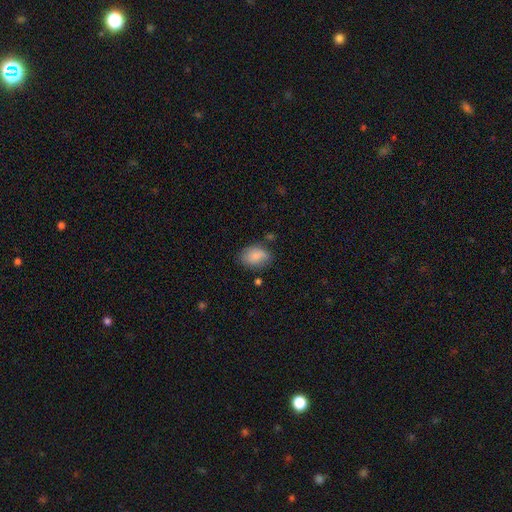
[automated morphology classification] Smooth or featured? Predicted: smooth (p=0.82). How rounded? Predicted: in between (p=0.82). Merging? Predicted: none (p=0.69).